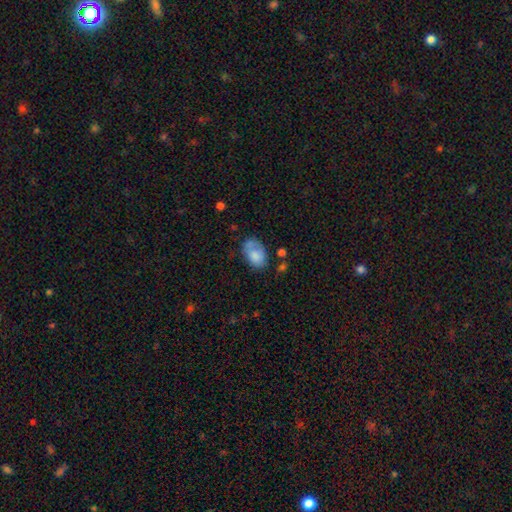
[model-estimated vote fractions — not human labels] smooth 78%, featured or disk 15%, star or artifact 8%. Down the decision tree: how rounded — in between (87%); merging — none (49%).